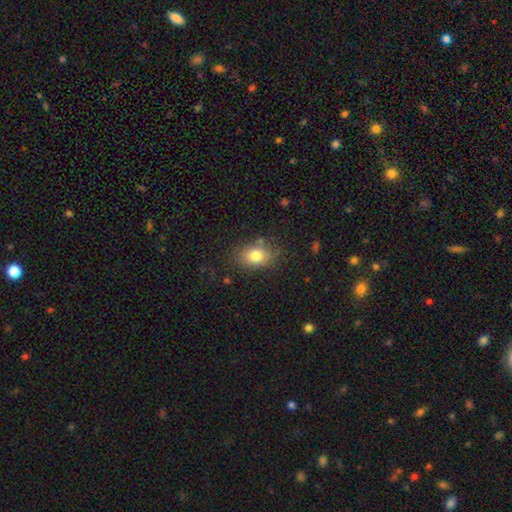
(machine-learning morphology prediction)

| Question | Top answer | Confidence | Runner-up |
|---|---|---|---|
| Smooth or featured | smooth | 80% | featured or disk (10%) |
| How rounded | in between | 71% | round (28%) |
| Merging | none | 75% | minor disturbance (16%) |